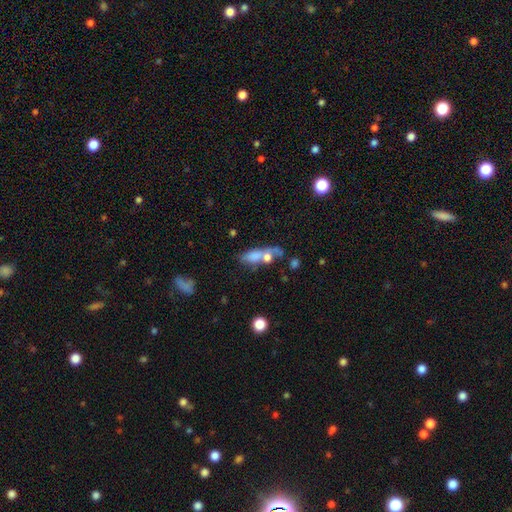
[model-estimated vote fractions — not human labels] Smooth or featured? smooth (57%)
How rounded? in between (59%)
Merging? merger (38%)